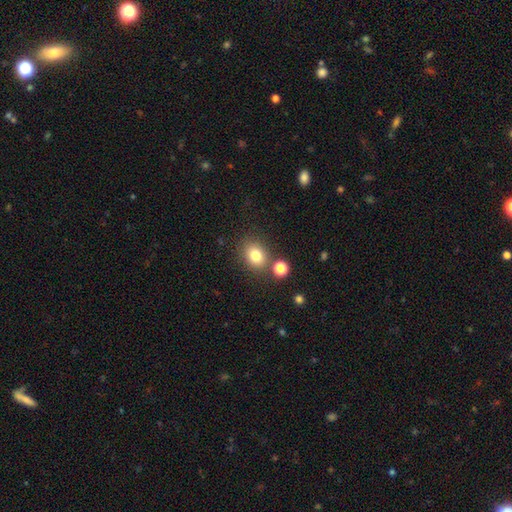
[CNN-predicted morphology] The model was most divided on "how rounded": round: 58%, in between: 41%, cigar-shaped: 1%. More confident: smooth or featured — smooth (80%); merging — none (75%).